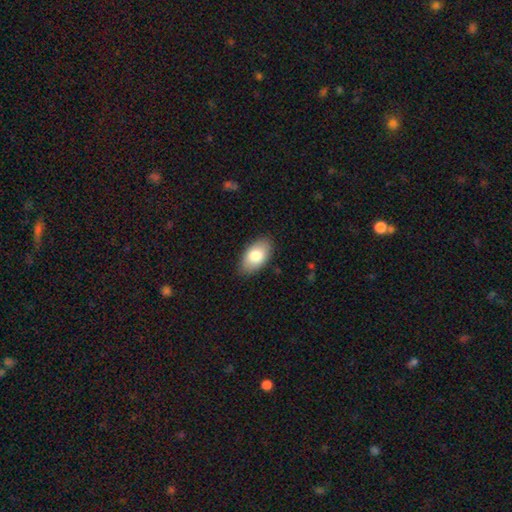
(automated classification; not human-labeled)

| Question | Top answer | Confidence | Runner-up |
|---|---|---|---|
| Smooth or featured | smooth | 81% | featured or disk (13%) |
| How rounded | in between | 94% | round (4%) |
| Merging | none | 85% | minor disturbance (11%) |